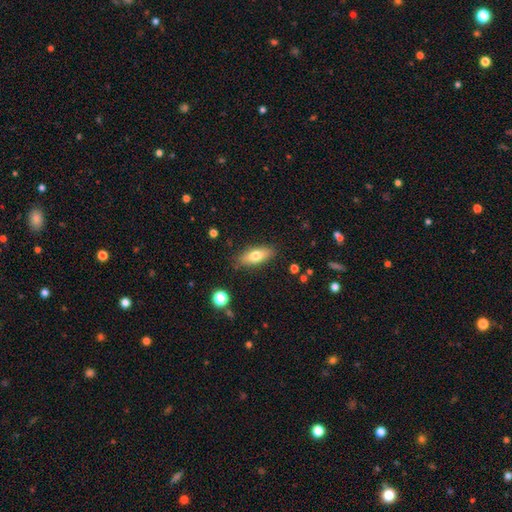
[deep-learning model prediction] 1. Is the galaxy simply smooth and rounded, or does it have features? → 71% smooth, 22% featured or disk, 7% star or artifact.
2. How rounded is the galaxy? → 71% in between, 26% cigar-shaped, 3% round.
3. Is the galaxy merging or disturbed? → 85% none, 11% minor disturbance, 2% major disturbance, 2% merger.